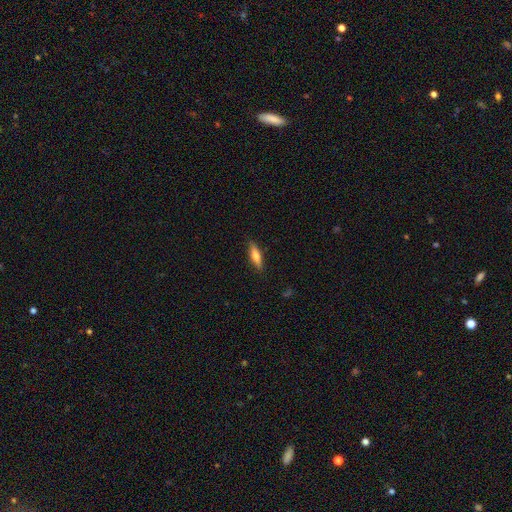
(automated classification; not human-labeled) This is likely a smooth galaxy (67%). How rounded: likely cigar-shaped (64%). Merging: clearly none (86%).